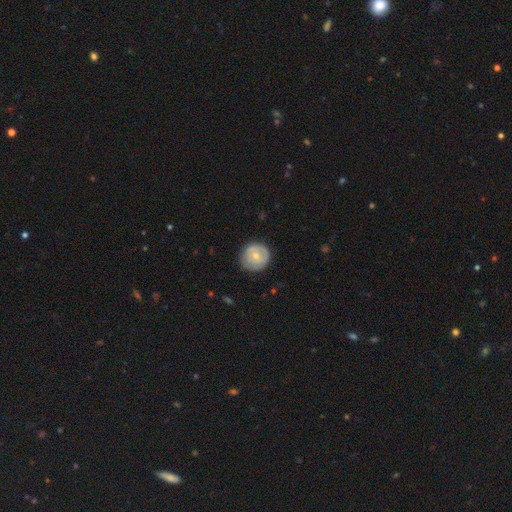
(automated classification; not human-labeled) Morphology: type=smooth (52%); roundness=round (90%); merging=none (78%).